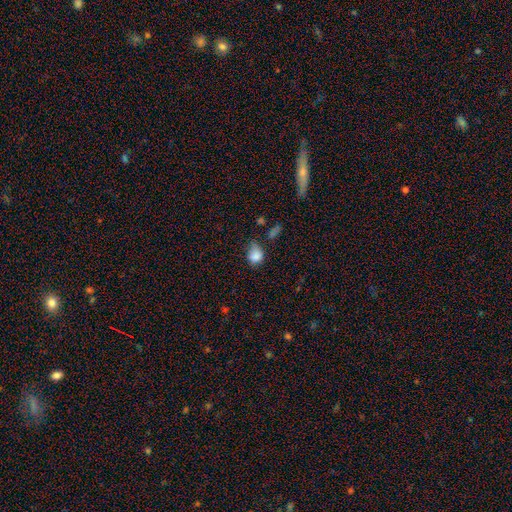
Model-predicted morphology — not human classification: smooth_or_featured: smooth (p=0.82) [alt: star or artifact p=0.10]
how_rounded: in between (p=0.52) [alt: round p=0.47]
merging: minor disturbance (p=0.41) [alt: none p=0.37]